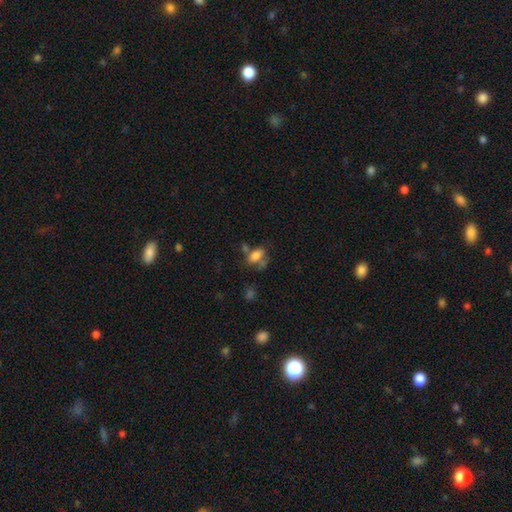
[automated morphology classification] The model was most divided on "merging": none: 37%, minor disturbance: 23%, merger: 21%, major disturbance: 19%. More confident: how rounded — in between (86%); smooth or featured — smooth (72%).